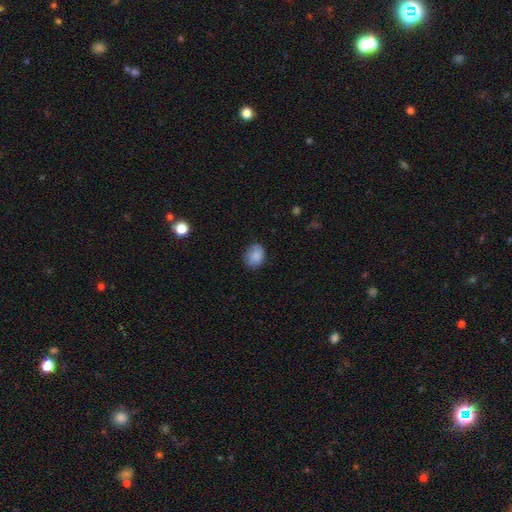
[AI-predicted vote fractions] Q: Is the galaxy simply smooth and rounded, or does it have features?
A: smooth — 86%.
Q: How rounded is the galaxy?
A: in between — 59%.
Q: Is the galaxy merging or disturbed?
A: none — 78%.